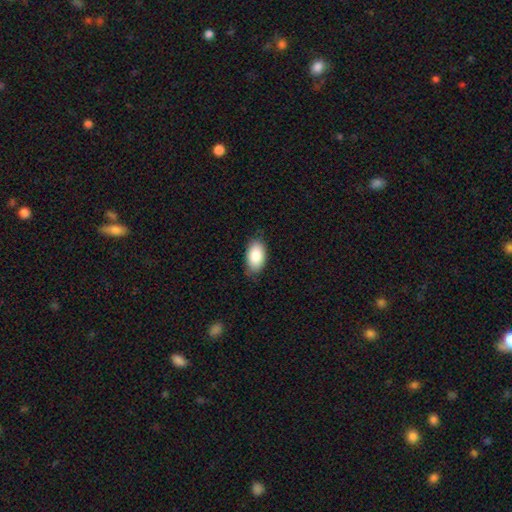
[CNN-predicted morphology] This is clearly a smooth galaxy (87%). How rounded: clearly in between (95%). Merging: clearly none (81%).